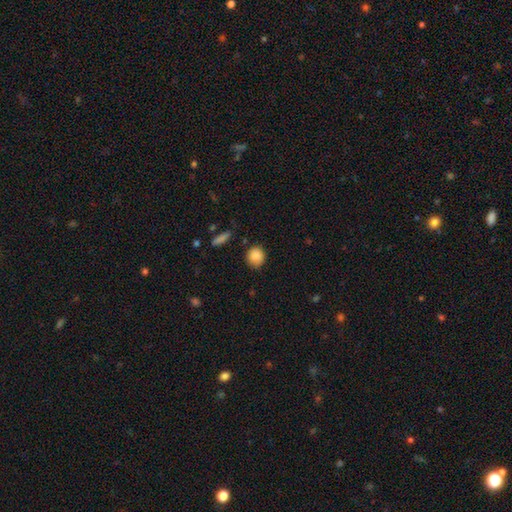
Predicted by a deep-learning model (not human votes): Smooth or featured? smooth (88%)
How rounded? round (84%)
Merging? none (81%)